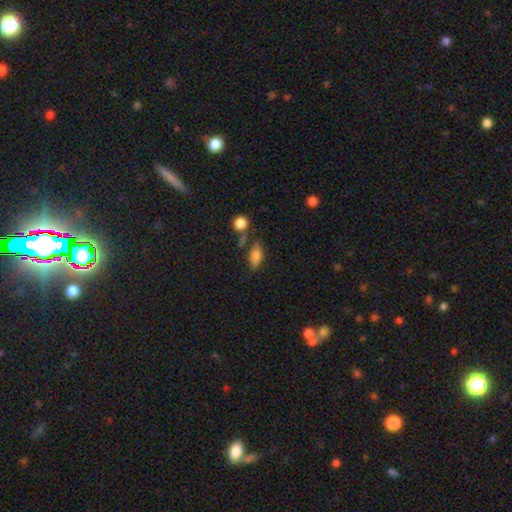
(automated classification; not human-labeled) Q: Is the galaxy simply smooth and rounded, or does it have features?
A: smooth — 80%.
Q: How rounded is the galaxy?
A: in between — 84%.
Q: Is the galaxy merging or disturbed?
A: none — 63%.